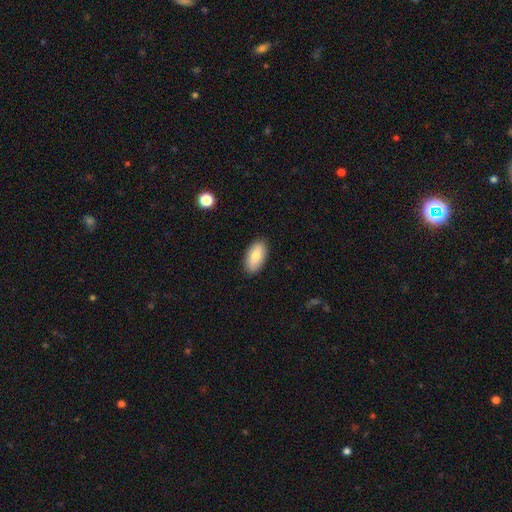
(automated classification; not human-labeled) A smooth galaxy with no disk features (80%) that is in between round and cigar-shaped (92%).

Vote fractions:
- Smooth or featured? smooth: 80% / featured or disk: 14% / star or artifact: 6%
- How rounded? in between: 92% / cigar-shaped: 5% / round: 3%
- Merging? none: 88% / minor disturbance: 9% / major disturbance: 2% / merger: 1%